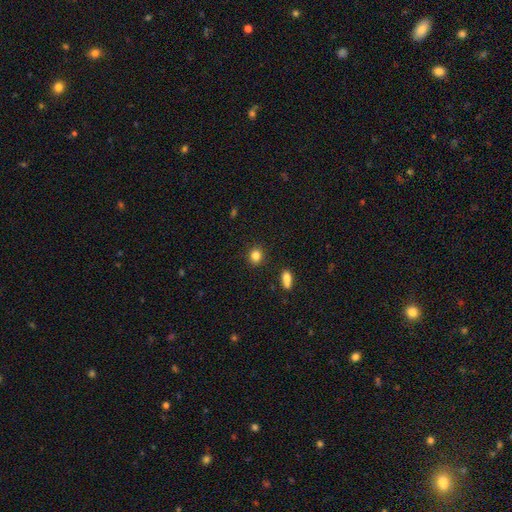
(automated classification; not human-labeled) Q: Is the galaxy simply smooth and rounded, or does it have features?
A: smooth — 84%.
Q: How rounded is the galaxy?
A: round — 81%.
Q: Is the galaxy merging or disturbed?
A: none — 89%.